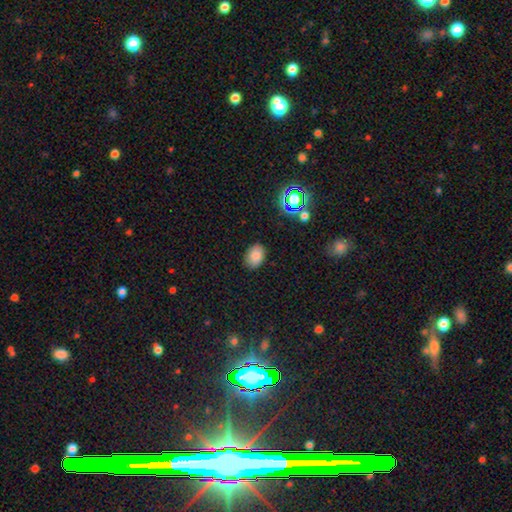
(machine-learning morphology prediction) The model was most divided on "how rounded": in between: 78%, round: 21%, cigar-shaped: 1%. More confident: merging — none (85%); smooth or featured — smooth (83%).